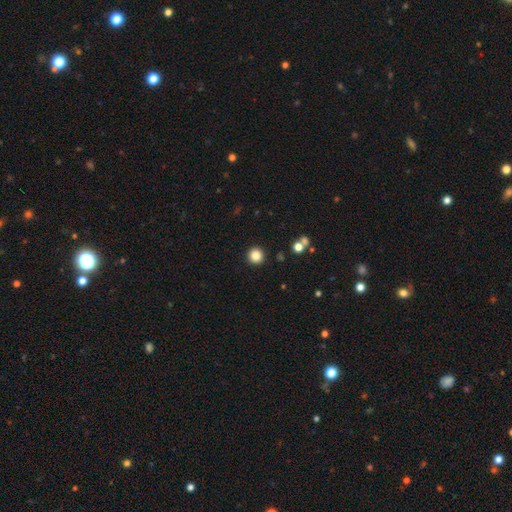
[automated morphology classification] This appears to be a smooth galaxy with no disk features (84%) that is round (96%). Merging: none (92%).